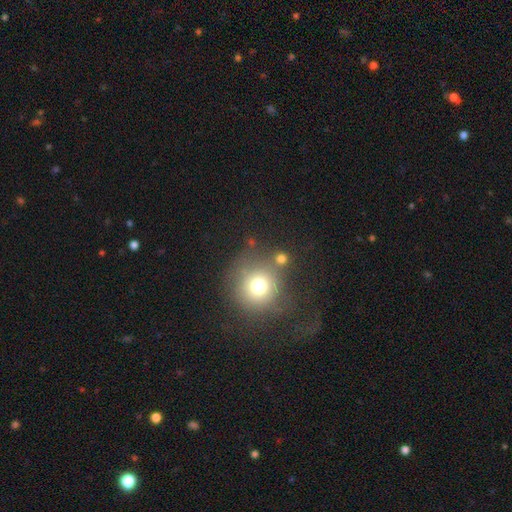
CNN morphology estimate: This appears to be a smooth galaxy with no disk features (54%) that is round (90%). Merging: none (70%).